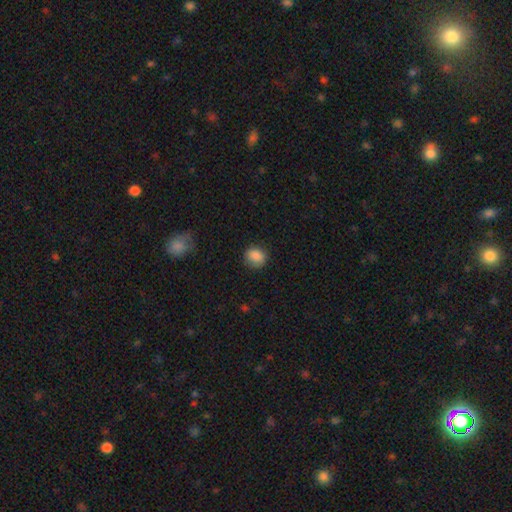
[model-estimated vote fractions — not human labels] This is clearly a smooth galaxy (86%). How rounded: likely round (70%). Merging: clearly none (80%).